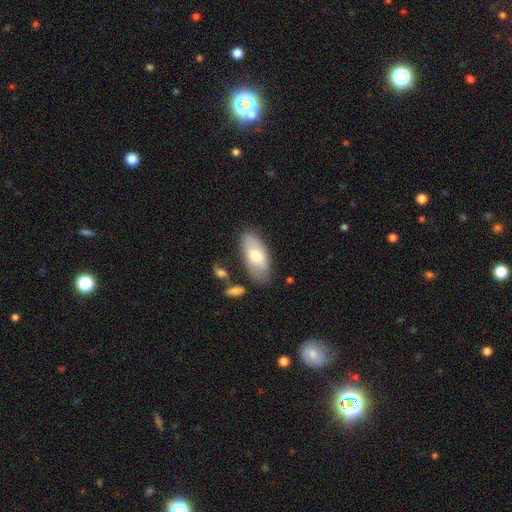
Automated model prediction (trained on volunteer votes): This is likely a smooth galaxy (63%). How rounded: clearly in between (90%). Merging: likely none (74%).